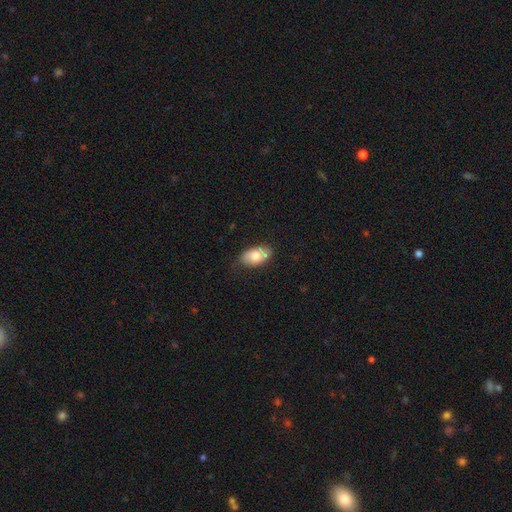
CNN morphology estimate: smooth-or-featured: smooth: 73% | featured or disk: 20% | star or artifact: 7%
  how-rounded: in between: 93% | round: 5% | cigar-shaped: 2%
  merging: none: 74% | minor disturbance: 19% | major disturbance: 4% | merger: 2%